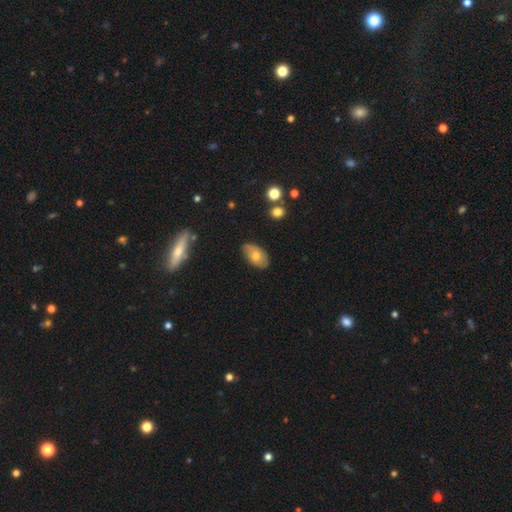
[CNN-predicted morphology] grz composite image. It shows a smooth galaxy with no disk features (62%) that is in between round and cigar-shaped (92%). Merging: none (74%).